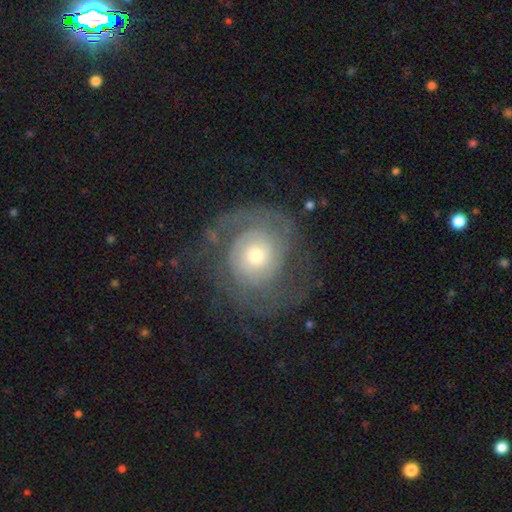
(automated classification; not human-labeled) A featured or disk galaxy (81%) with no bar (79%), 2 (45%) tight (65%) spiral arms (92%) and a moderate central bulge (51%).

Vote fractions:
- Smooth or featured? featured or disk: 81% / smooth: 13% / star or artifact: 7%
- Edge-on disk? no: 97% / yes: 3%
- Bar? no: 79% / weak: 17% / strong: 4%
- Spiral arms? yes: 92% / no: 8%
- Spiral winding? tight: 65% / medium: 26% / loose: 9%
- Spiral arm count? 2: 45% / can't tell: 27% / 3: 11% / 1: 7% / 4: 5% / more than 4: 4%
- Bulge size? moderate: 51% / small: 40% / large: 7% / dominant: 1% / none: 1%
- Merging? none: 69% / minor disturbance: 16% / major disturbance: 14% / merger: 1%